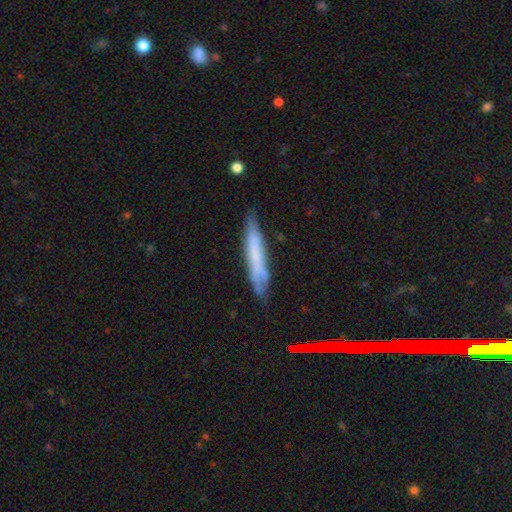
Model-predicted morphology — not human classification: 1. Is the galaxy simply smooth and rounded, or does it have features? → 56% smooth, 35% featured or disk, 8% star or artifact.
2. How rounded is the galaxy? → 92% cigar-shaped, 7% in between, 1% round.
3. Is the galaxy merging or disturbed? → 72% none, 21% minor disturbance, 4% major disturbance, 2% merger.